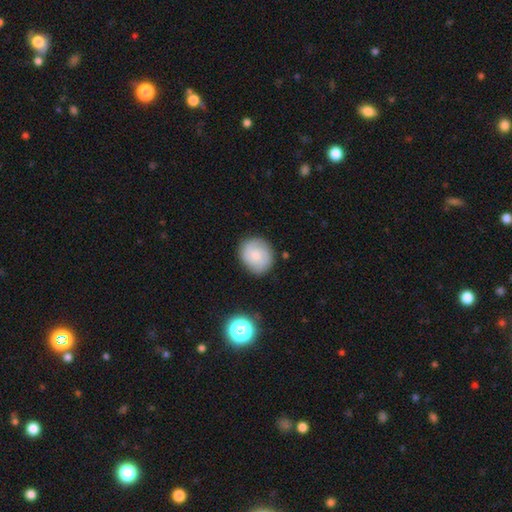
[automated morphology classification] This appears to be a smooth galaxy with no disk features (47%). Merging: none (81%).